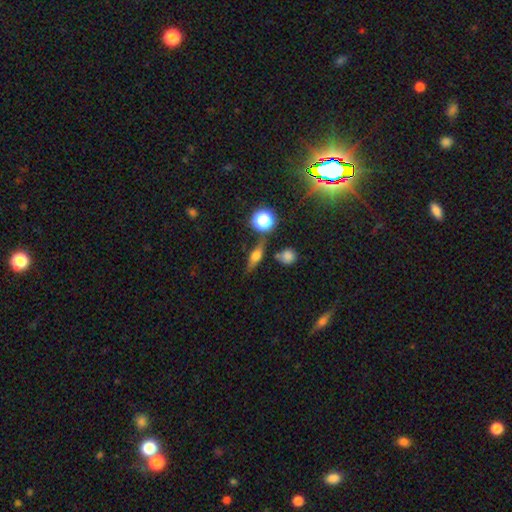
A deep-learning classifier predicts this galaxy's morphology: A featured or disk galaxy (43%). Merging: none (73%).